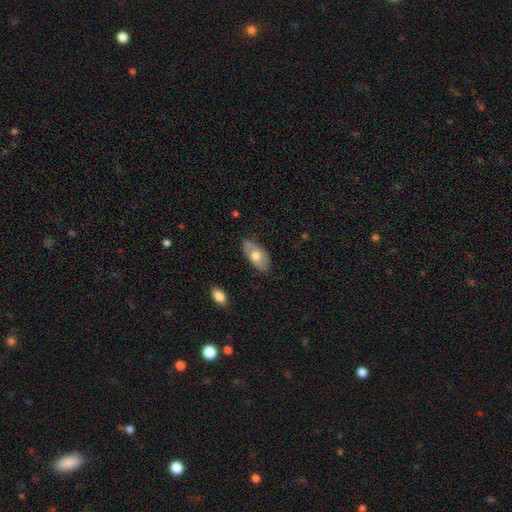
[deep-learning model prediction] Overall: smooth (64%; featured or disk 30%). How rounded: in between (91%). Merging: none (73%).